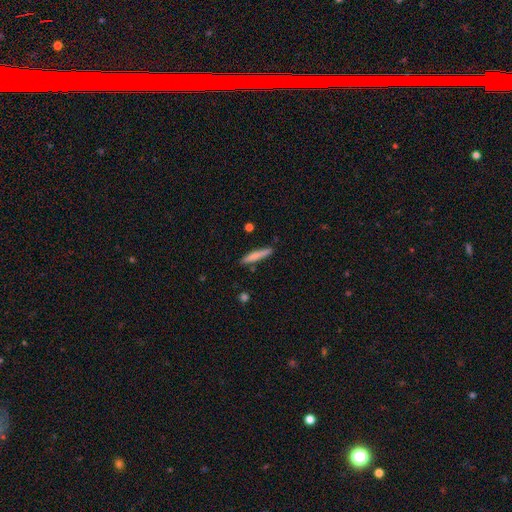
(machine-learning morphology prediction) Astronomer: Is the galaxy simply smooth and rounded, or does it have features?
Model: smooth — 76%.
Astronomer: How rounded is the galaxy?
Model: cigar-shaped — 92%.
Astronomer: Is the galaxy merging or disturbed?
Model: none — 84%.